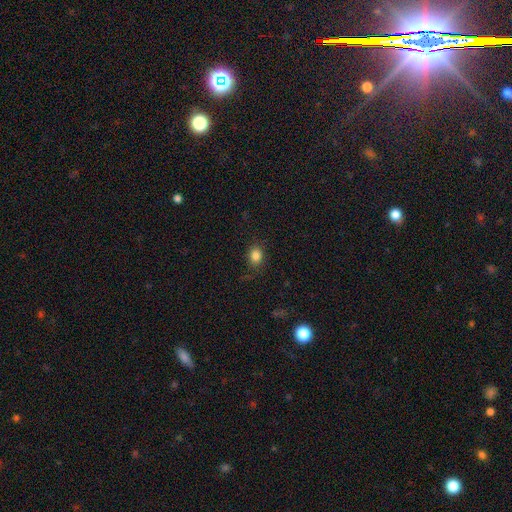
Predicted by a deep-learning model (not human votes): Smooth or featured? smooth (83%)
How rounded? round (54%)
Merging? none (84%)